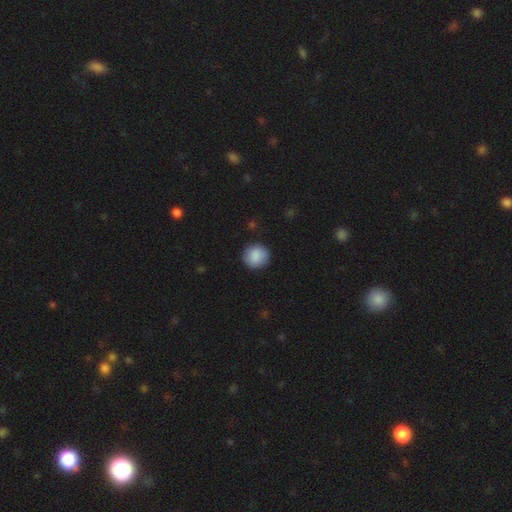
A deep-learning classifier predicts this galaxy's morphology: This is clearly a smooth galaxy (89%). How rounded: clearly round (92%). Merging: clearly none (90%).